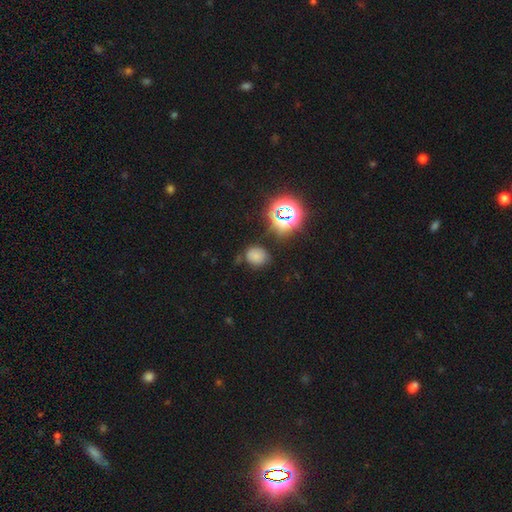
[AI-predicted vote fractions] Smooth or featured? Predicted: smooth (p=0.67). How rounded? Predicted: round (p=0.63). Merging? Predicted: none (p=0.71).